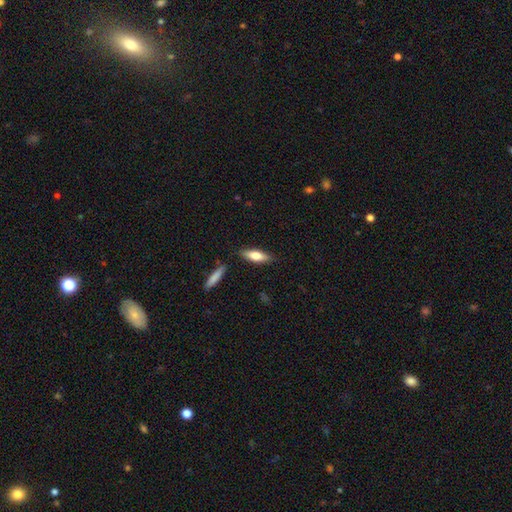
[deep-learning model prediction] This is likely a smooth galaxy (69%). How rounded: possibly cigar-shaped (53%). Merging: clearly none (84%).